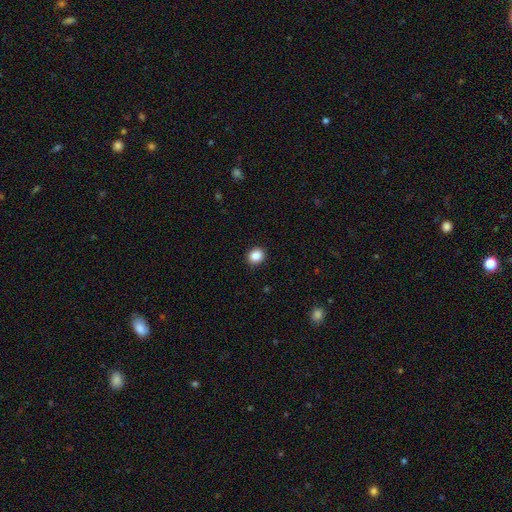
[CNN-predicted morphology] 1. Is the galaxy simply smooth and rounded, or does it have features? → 87% smooth, 10% star or artifact, 4% featured or disk.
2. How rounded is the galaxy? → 78% round, 22% in between, 1% cigar-shaped.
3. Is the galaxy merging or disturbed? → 92% none, 6% minor disturbance, 2% major disturbance, 1% merger.